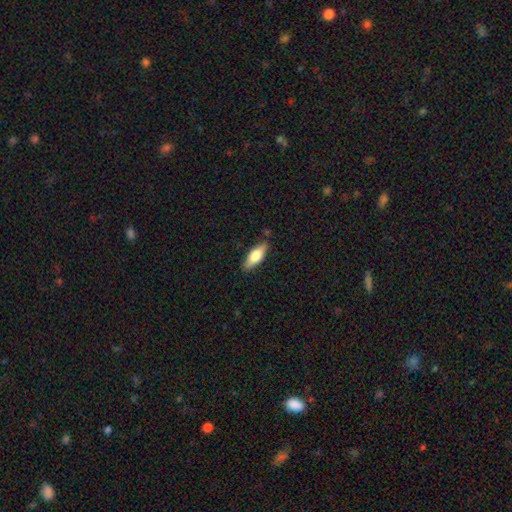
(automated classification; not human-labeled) smooth-or-featured: smooth: 63% | featured or disk: 31% | star or artifact: 6%
  how-rounded: in between: 68% | cigar-shaped: 30% | round: 3%
  merging: none: 84% | minor disturbance: 12% | major disturbance: 2% | merger: 2%